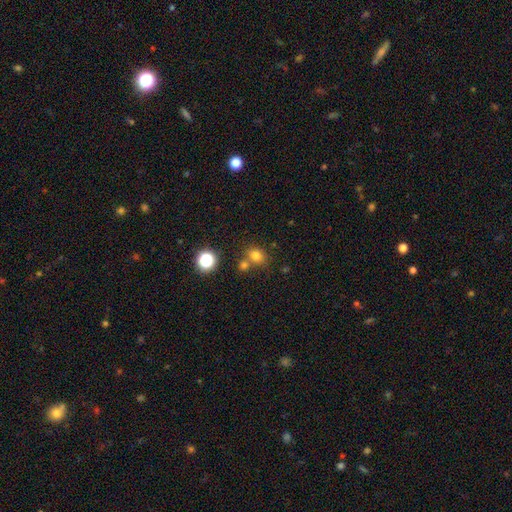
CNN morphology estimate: smooth 76%, star or artifact 16%, featured or disk 8%. Down the decision tree: how rounded — round (62%); merging — none (60%).